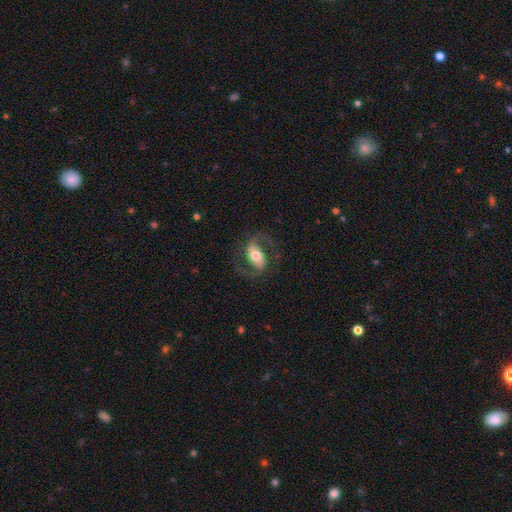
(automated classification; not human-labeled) Smooth or featured? featured or disk (76%)
Edge-on disk? no (96%)
Bar? strong (37%)
Spiral arms? yes (91%)
Spiral winding? medium (51%)
Spiral arm count? 2 (91%)
Bulge size? moderate (63%)
Merging? none (74%)